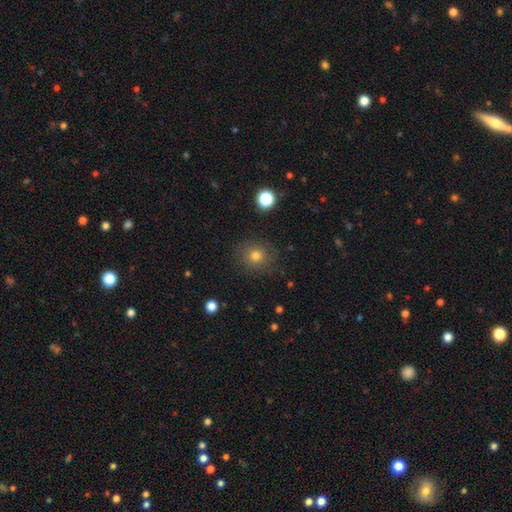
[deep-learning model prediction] This appears to be a smooth galaxy with no disk features (74%) that is round (86%). Merging: none (86%).